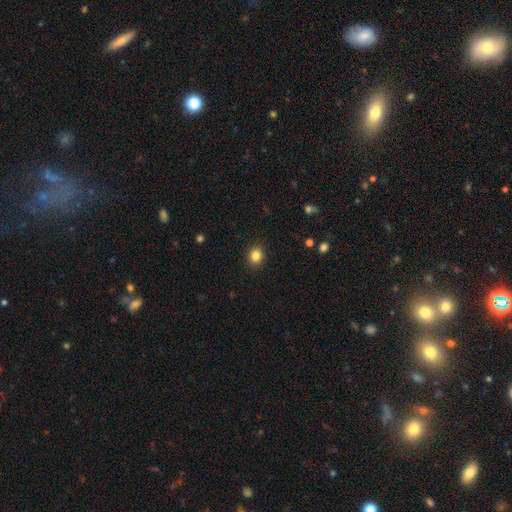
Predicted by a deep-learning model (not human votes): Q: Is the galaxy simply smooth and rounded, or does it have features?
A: smooth — 84%.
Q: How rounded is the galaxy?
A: round — 68%.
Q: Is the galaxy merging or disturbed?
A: none — 91%.